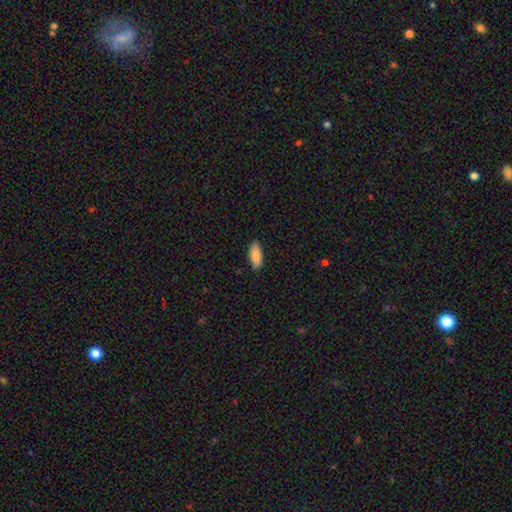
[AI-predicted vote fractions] Smooth or featured: smooth — 85% (featured or disk — 9%)
How rounded: in between — 87% (cigar-shaped — 11%)
Merging: none — 86% (minor disturbance — 11%)